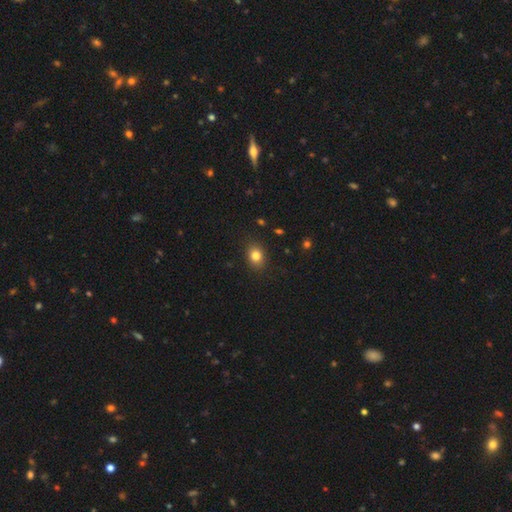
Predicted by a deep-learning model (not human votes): This appears to be a smooth galaxy with no disk features (82%) that is in between round and cigar-shaped (50%). Merging: none (87%).